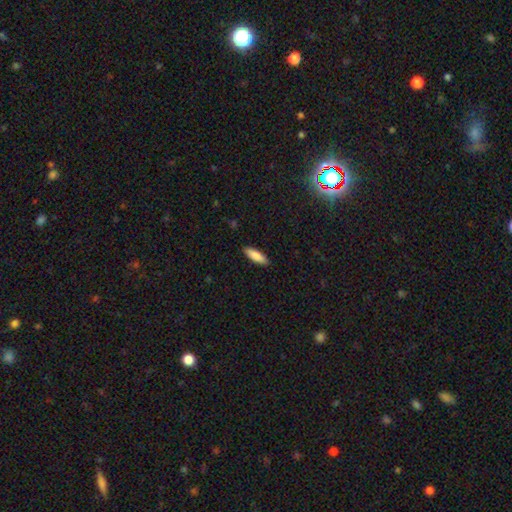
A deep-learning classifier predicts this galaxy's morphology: This appears to be a smooth galaxy with no disk features (87%) that is in between round and cigar-shaped (51%). Merging: none (90%).